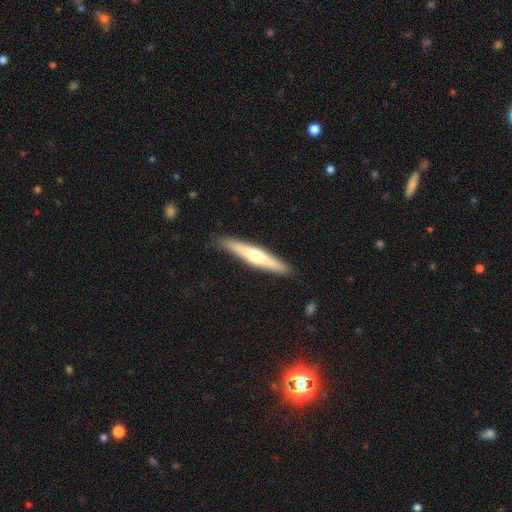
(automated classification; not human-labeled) Smooth or featured: featured or disk — 49% (smooth — 46%)
Merging: none — 88% (minor disturbance — 9%)